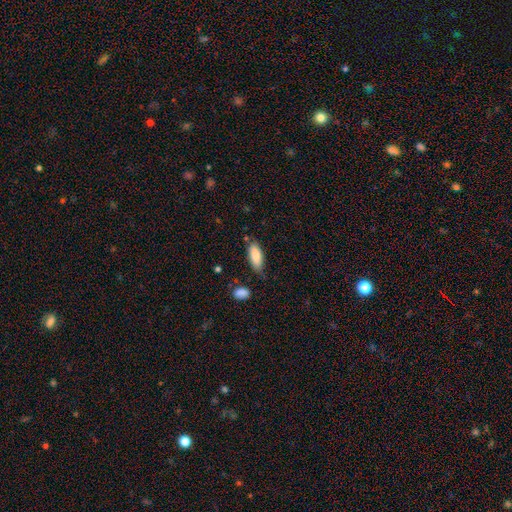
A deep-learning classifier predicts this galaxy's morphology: Smooth or featured?
  - smooth: 84% *
  - featured or disk: 10%
  - star or artifact: 6%
How rounded?
  - in between: 76% *
  - cigar-shaped: 23%
  - round: 2%
Merging?
  - none: 69% *
  - minor disturbance: 23%
  - major disturbance: 4%
  - merger: 4%